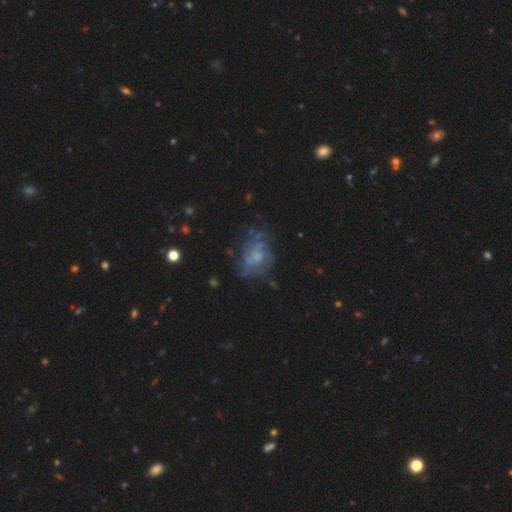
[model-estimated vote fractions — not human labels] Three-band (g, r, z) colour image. It shows a featured or disk galaxy (57%) with no bar (70%), spiral arms (56%) and a small central bulge (40%, tied with moderate). Merging: none (52%).